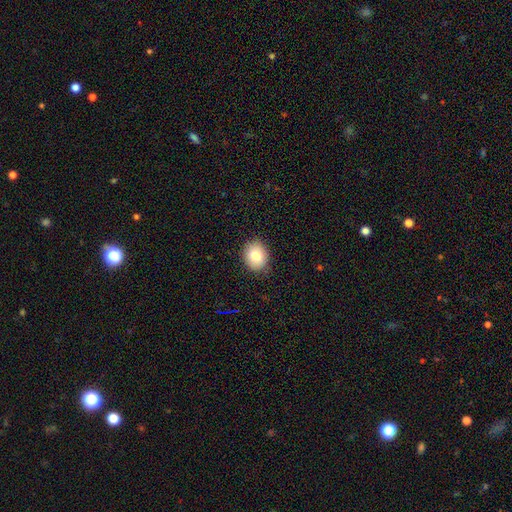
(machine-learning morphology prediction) Q: Smooth or featured?
A: smooth (81%); runner-up: featured or disk (10%)
Q: How rounded?
A: round (54%); runner-up: in between (45%)
Q: Merging?
A: none (87%); runner-up: minor disturbance (10%)